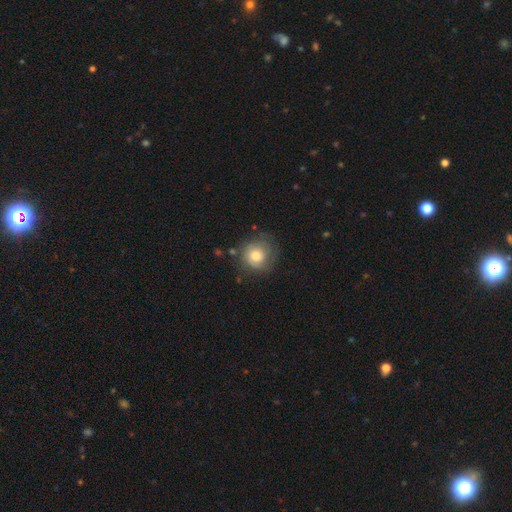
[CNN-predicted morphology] The model was most divided on "merging": none: 67%, minor disturbance: 21%, major disturbance: 10%, merger: 2%. More confident: how rounded — round (89%); smooth or featured — smooth (71%).